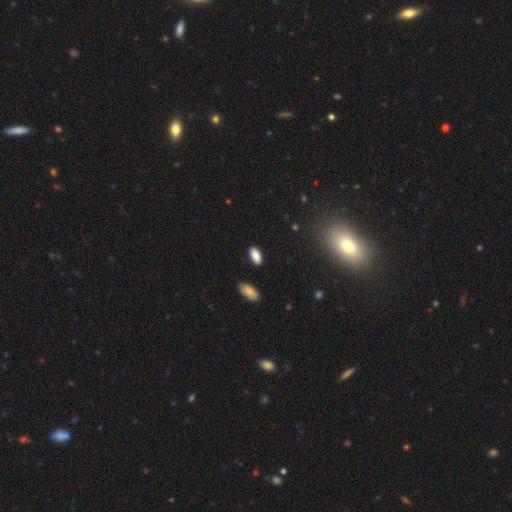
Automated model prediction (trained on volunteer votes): This is clearly a smooth galaxy (87%). How rounded: clearly in between (86%). Merging: clearly none (87%).